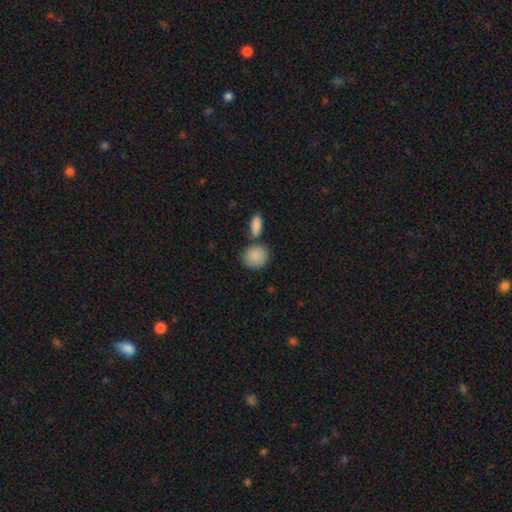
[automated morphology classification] Smooth or featured? Predicted: smooth (p=0.89). How rounded? Predicted: round (p=0.74). Merging? Predicted: none (p=0.64).